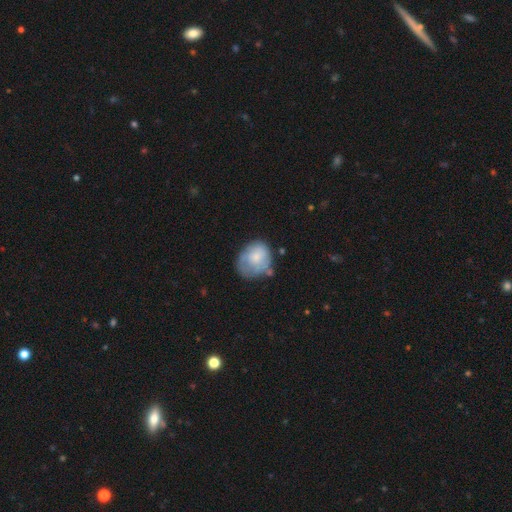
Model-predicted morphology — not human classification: smooth-or-featured: smooth: 66% | featured or disk: 27% | star or artifact: 7%
  how-rounded: round: 57% | in between: 42% | cigar-shaped: 1%
  merging: none: 47% | minor disturbance: 33% | major disturbance: 14% | merger: 6%